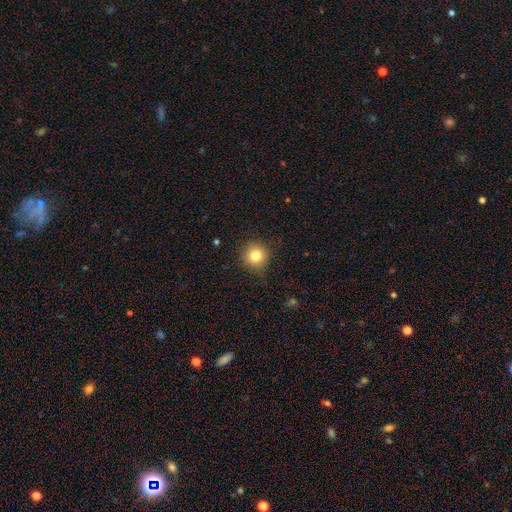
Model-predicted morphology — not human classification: Smooth or featured? smooth (81%)
How rounded? round (93%)
Merging? none (81%)